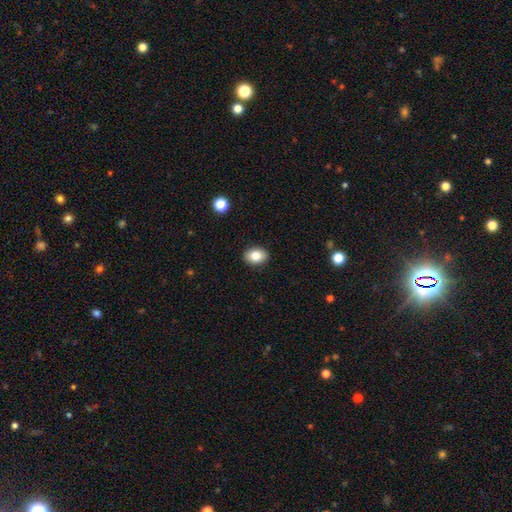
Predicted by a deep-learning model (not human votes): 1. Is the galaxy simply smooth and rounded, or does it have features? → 82% smooth, 9% featured or disk, 9% star or artifact.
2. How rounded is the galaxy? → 74% in between, 25% round, 1% cigar-shaped.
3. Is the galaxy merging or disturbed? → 90% none, 7% minor disturbance, 2% major disturbance, 1% merger.